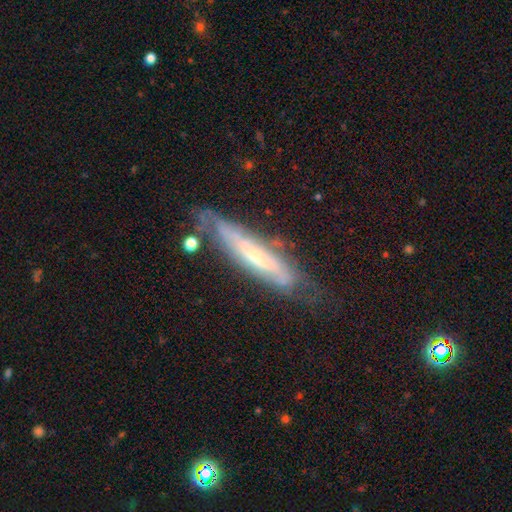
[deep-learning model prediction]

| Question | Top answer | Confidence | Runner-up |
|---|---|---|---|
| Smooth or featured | featured or disk | 69% | smooth (24%) |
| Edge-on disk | yes | 55% | no (45%) |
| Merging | none | 61% | minor disturbance (25%) |